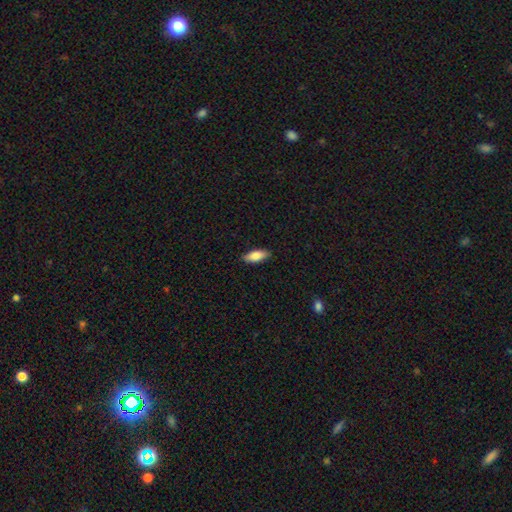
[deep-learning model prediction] This is clearly a smooth galaxy (82%). How rounded: likely in between (77%). Merging: clearly none (88%).